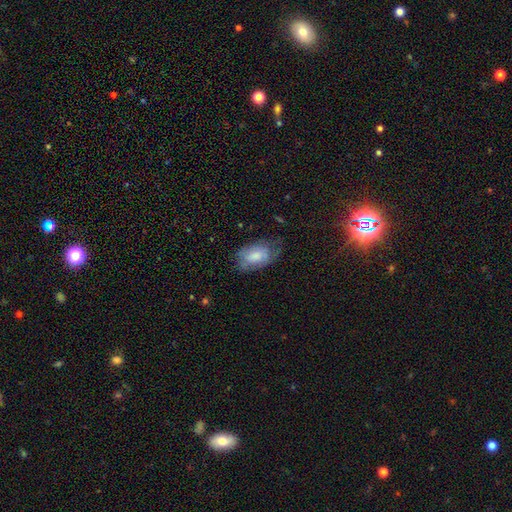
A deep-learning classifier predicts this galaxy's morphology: Smooth or featured? smooth (65%)
How rounded? in between (91%)
Merging? none (50%)